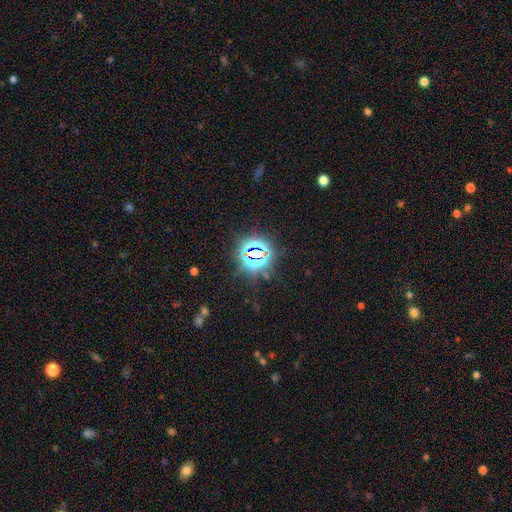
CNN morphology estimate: The model was most divided on "smooth or featured": star or artifact: 80%, smooth: 12%, featured or disk: 8%.